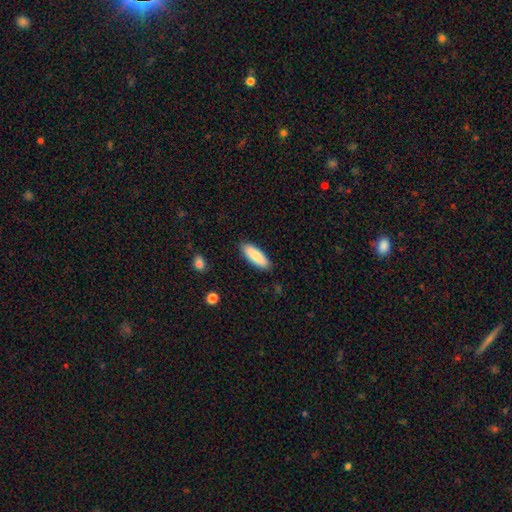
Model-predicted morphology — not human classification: Smooth or featured? Predicted: smooth (p=0.86). How rounded? Predicted: in between (p=0.61). Merging? Predicted: none (p=0.88).